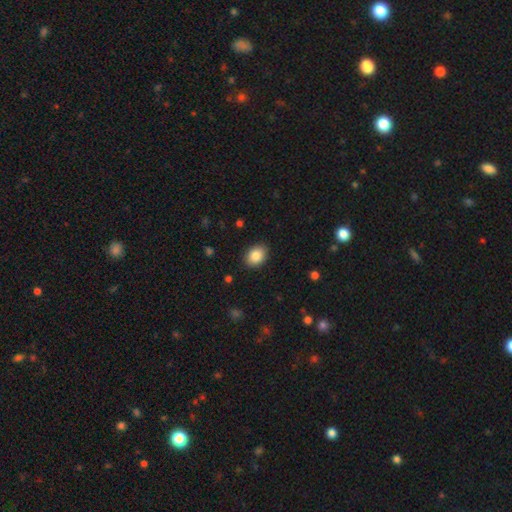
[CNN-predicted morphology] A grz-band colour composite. It shows a smooth galaxy with no disk features (86%) that is in between round and cigar-shaped (68%). Merging: none (88%).